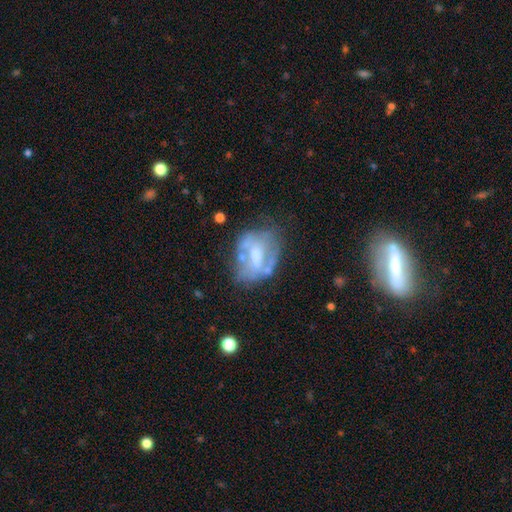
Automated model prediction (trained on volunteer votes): This appears to be a featured or disk galaxy (62%) with no bar (45%), no spiral arms (65%) and a moderate central bulge (45%). Merging: none (45%).